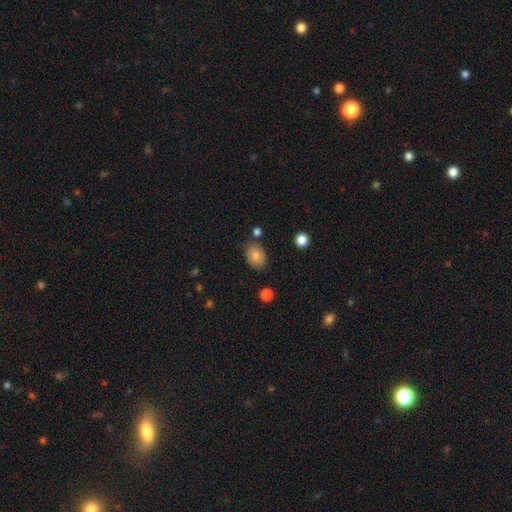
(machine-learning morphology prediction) Smooth or featured? Predicted: smooth (p=0.79). How rounded? Predicted: in between (p=0.68). Merging? Predicted: none (p=0.78).